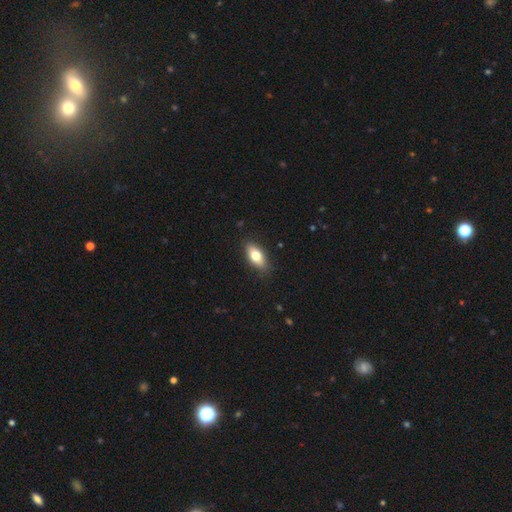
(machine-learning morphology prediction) smooth 71%, featured or disk 22%, star or artifact 7%. Down the decision tree: how rounded — in between (81%); merging — none (87%).